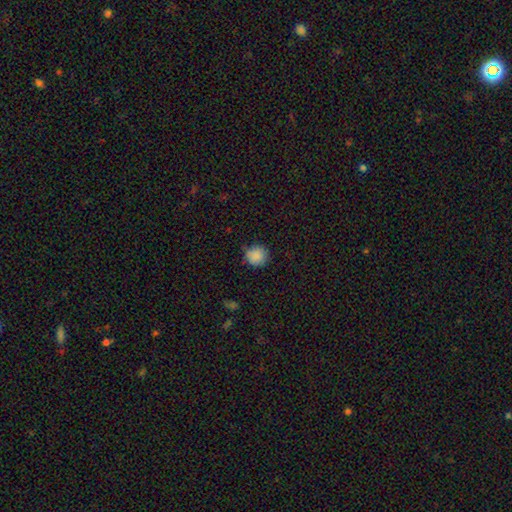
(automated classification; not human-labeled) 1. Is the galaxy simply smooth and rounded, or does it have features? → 87% smooth, 9% star or artifact, 4% featured or disk.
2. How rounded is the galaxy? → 92% round, 7% in between, 1% cigar-shaped.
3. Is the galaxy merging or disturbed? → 80% none, 15% minor disturbance, 3% major disturbance, 2% merger.